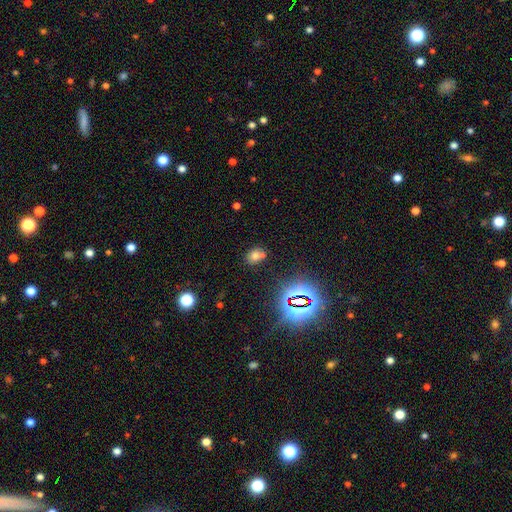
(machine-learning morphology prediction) Smooth or featured?
  - smooth: 62% *
  - star or artifact: 26%
  - featured or disk: 12%
How rounded?
  - round: 55% *
  - in between: 44%
  - cigar-shaped: 1%
Merging?
  - none: 57% *
  - merger: 28%
  - minor disturbance: 11%
  - major disturbance: 4%